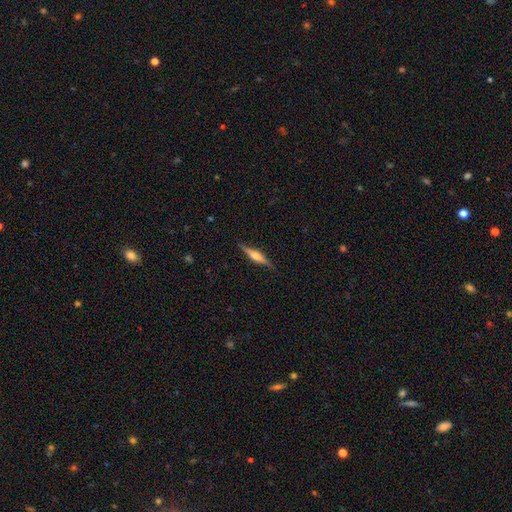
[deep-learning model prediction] The model was most divided on "smooth or featured": featured or disk: 71%, smooth: 23%, star or artifact: 6%. More confident: edge-on disk — yes (97%); merging — none (87%); edge-on bulge — rounded (87%).